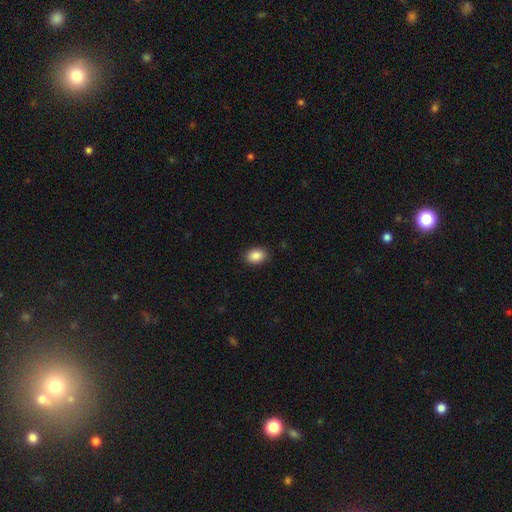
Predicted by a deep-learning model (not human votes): smooth 88%, star or artifact 8%, featured or disk 4%. Down the decision tree: how rounded — in between (80%); merging — none (89%).